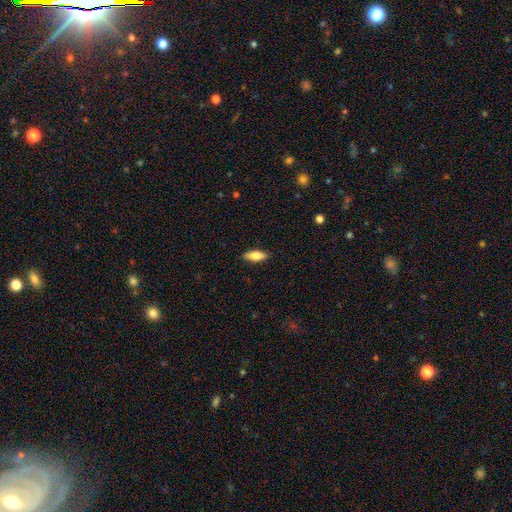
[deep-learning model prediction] The model was most divided on "how rounded": in between: 72%, cigar-shaped: 26%, round: 2%. More confident: merging — none (89%); smooth or featured — smooth (77%).